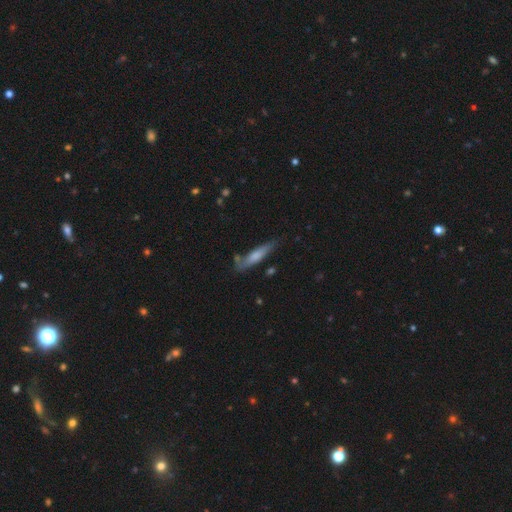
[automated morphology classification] type=smooth (65%); roundness=cigar-shaped (83%); merging=none (66%).